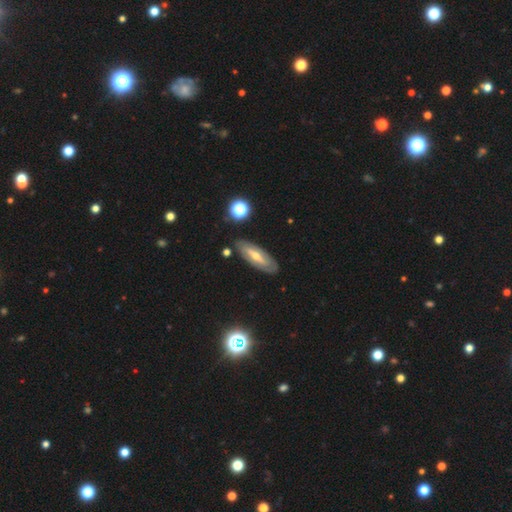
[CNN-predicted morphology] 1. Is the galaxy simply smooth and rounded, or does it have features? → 64% featured or disk, 28% smooth, 8% star or artifact.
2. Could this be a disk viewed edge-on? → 71% no, 29% yes.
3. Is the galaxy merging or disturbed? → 83% none, 12% minor disturbance, 3% major disturbance, 2% merger.